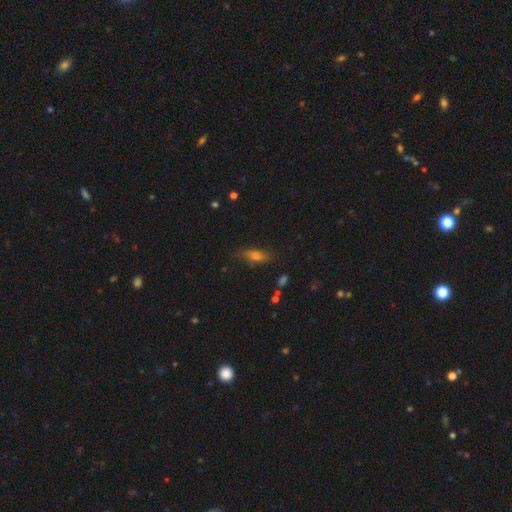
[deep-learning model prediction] Smooth or featured? Predicted: smooth (p=0.57). How rounded? Predicted: in between (p=0.49). Merging? Predicted: none (p=0.76).